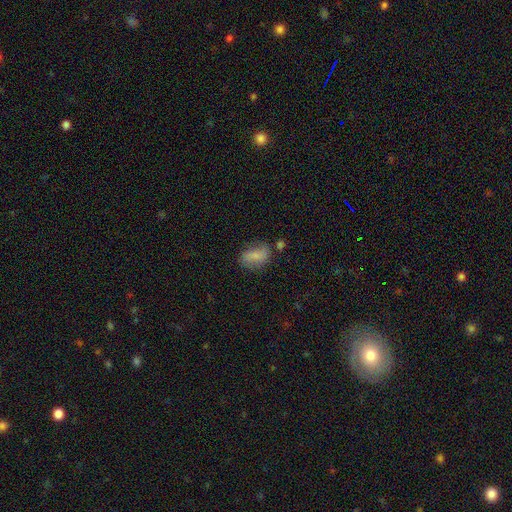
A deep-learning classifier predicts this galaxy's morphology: Overall: smooth (67%). How rounded: in between (83%). Merging: none (62%; minor disturbance 23%).